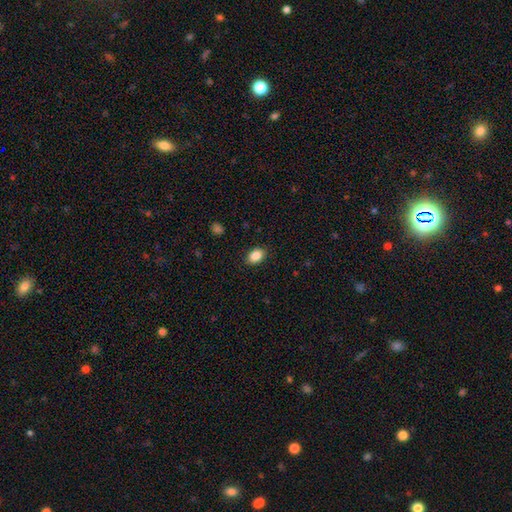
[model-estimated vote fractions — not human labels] A smooth galaxy with no disk features (87%) that is in between round and cigar-shaped (86%). Merging: none (88%).